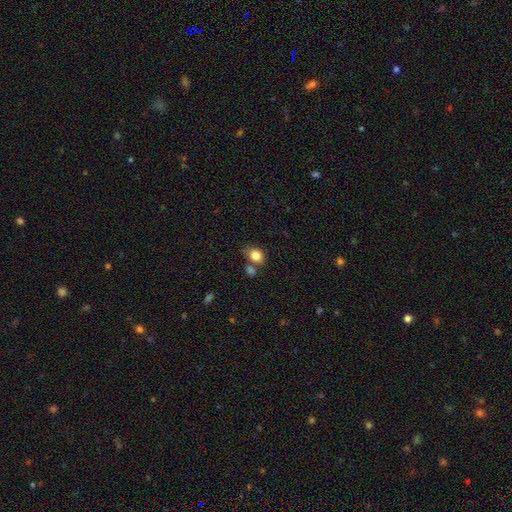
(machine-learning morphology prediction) smooth 82%, star or artifact 10%, featured or disk 8%. Down the decision tree: how rounded — in between (54%); merging — none (54%).